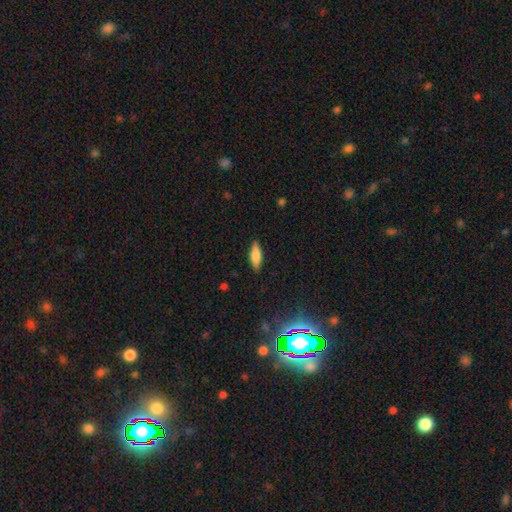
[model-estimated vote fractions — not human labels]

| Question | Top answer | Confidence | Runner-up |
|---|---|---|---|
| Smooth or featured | smooth | 71% | featured or disk (22%) |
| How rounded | in between | 51% | cigar-shaped (47%) |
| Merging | none | 87% | minor disturbance (10%) |